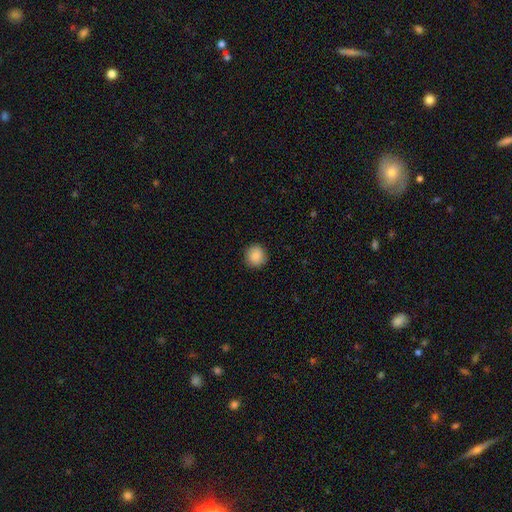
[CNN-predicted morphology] smooth 87%, star or artifact 8%, featured or disk 5%. Down the decision tree: how rounded — round (93%); merging — none (90%).